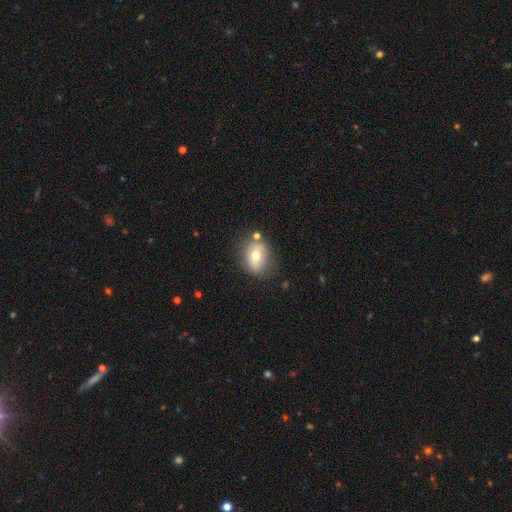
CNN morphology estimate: A smooth galaxy with no disk features (65%) that is in between round and cigar-shaped (58%). Merging: none (69%).